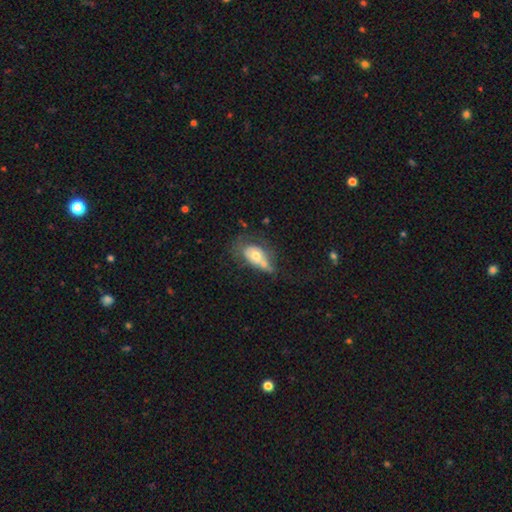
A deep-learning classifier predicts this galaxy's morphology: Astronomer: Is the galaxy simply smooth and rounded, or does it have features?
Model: smooth — 56% (runner-up: featured or disk, 37%).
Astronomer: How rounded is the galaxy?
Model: in between — 85%.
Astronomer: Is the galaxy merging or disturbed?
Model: none — 29% (runner-up: minor disturbance, 26%).